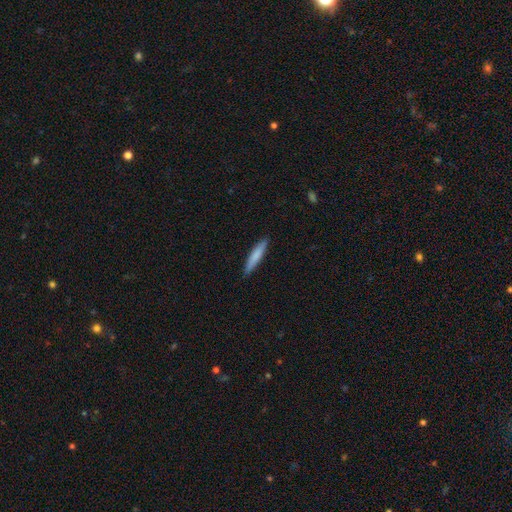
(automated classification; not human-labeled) The model was most divided on "smooth or featured": smooth: 77%, featured or disk: 18%, star or artifact: 5%. More confident: how rounded — cigar-shaped (91%); merging — none (89%).